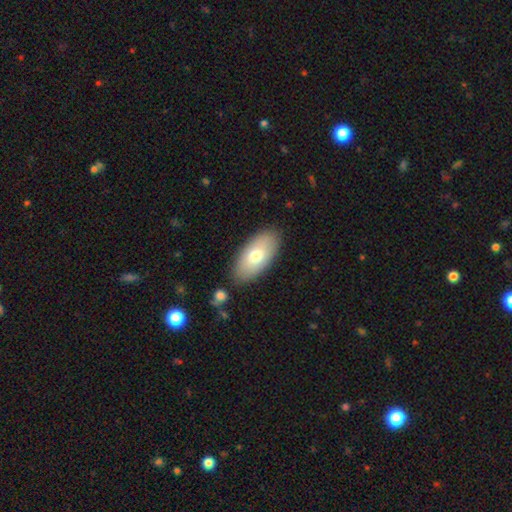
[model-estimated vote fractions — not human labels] Smooth or featured? Predicted: smooth (p=0.73). How rounded? Predicted: in between (p=0.92). Merging? Predicted: none (p=0.84).